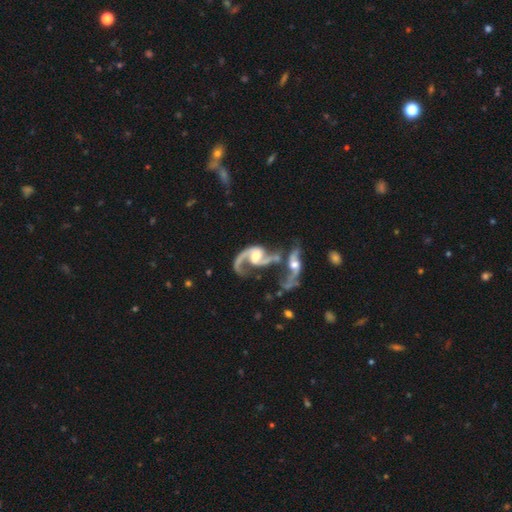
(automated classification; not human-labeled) Overall: featured or disk (91%). Edge-on disk: no (97%). Bar: weak (44%; no 39%). Spiral arms: yes (96%). Spiral arm count: 2 (85%). Spiral winding: loose (51%; medium 40%). Bulge size: moderate (59%; small 26%). Merging: merger (61%).